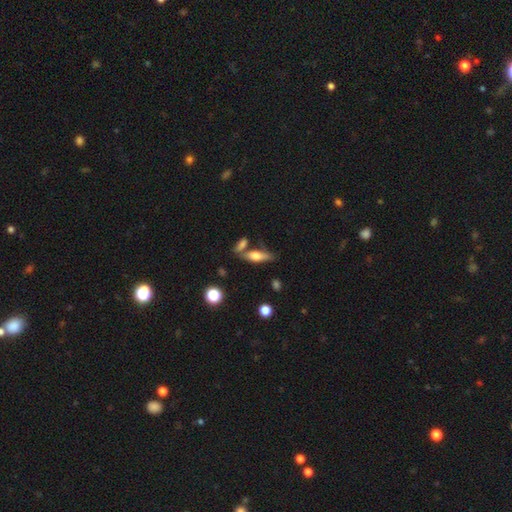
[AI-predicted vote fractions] smooth-or-featured: smooth: 51% | featured or disk: 41% | star or artifact: 8%
  how-rounded: cigar-shaped: 49% | in between: 47% | round: 4%
  merging: none: 64% | merger: 19% | minor disturbance: 13% | major disturbance: 4%